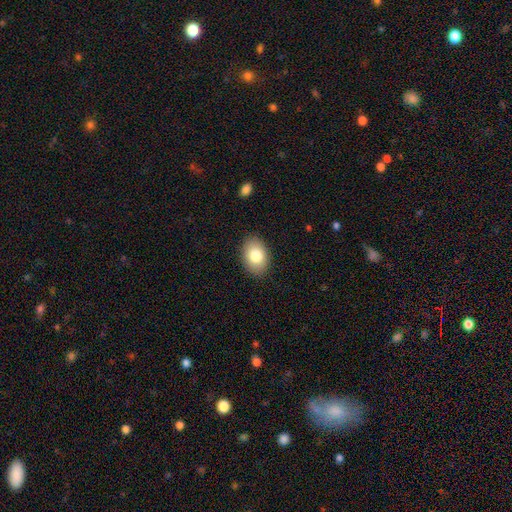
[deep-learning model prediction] smooth_or_featured: smooth (p=0.82) [alt: featured or disk p=0.11]
how_rounded: in between (p=0.85) [alt: round p=0.14]
merging: none (p=0.88) [alt: minor disturbance p=0.09]